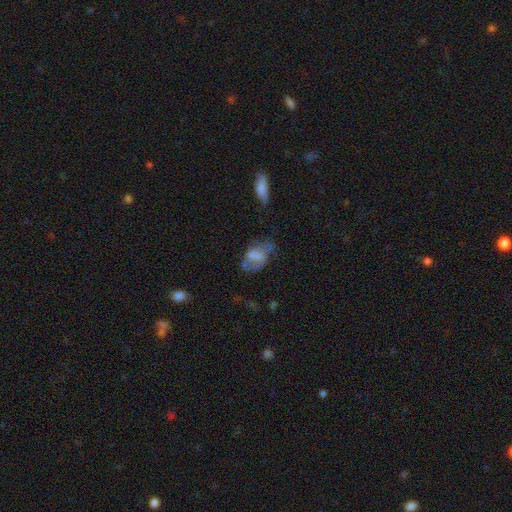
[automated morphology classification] smooth_or_featured: smooth (p=0.49) [alt: featured or disk p=0.40]
merging: none (p=0.34) [alt: major disturbance p=0.27]